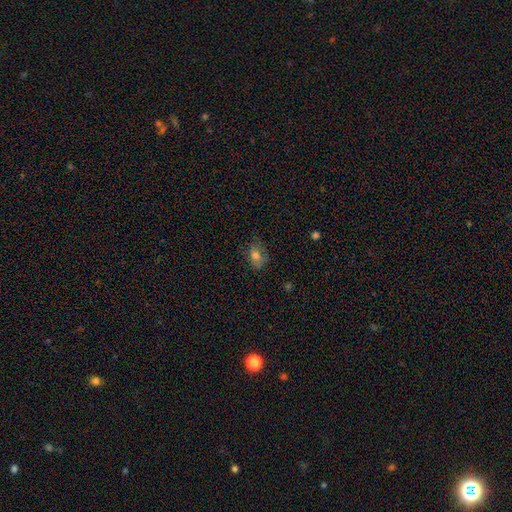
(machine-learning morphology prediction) This appears to be a smooth galaxy with no disk features (73%) that is in between round and cigar-shaped (75%). Merging: none (66%).